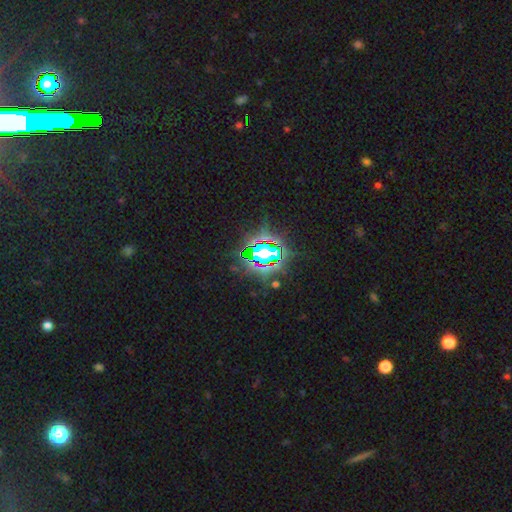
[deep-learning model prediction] smooth-or-featured: star or artifact: 80% | smooth: 12% | featured or disk: 8%